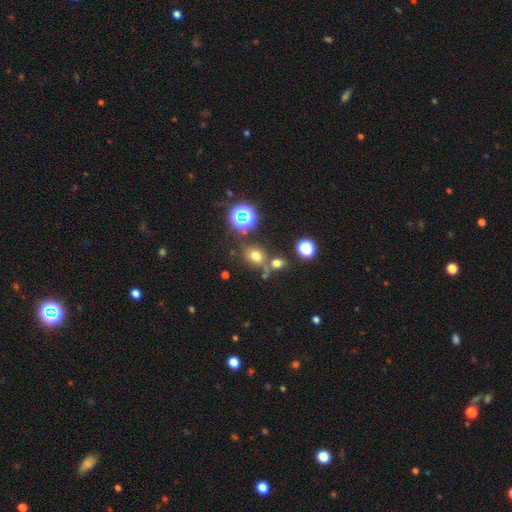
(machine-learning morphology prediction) Smooth or featured?
  - smooth: 67% *
  - star or artifact: 23%
  - featured or disk: 10%
How rounded?
  - round: 62% *
  - in between: 37%
  - cigar-shaped: 1%
Merging?
  - none: 66% *
  - merger: 16%
  - minor disturbance: 13%
  - major disturbance: 5%